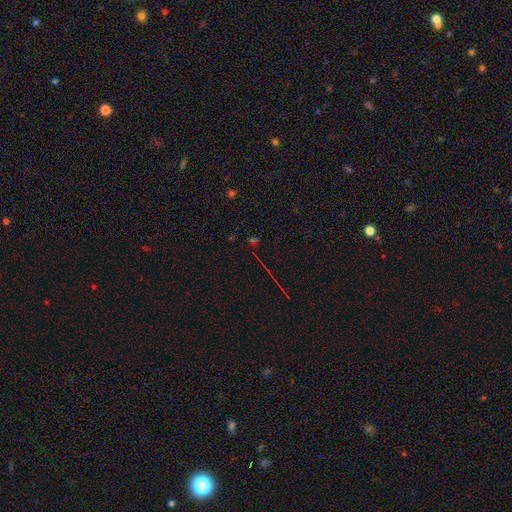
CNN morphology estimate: Q: Smooth or featured?
A: star or artifact (73%); runner-up: smooth (15%)